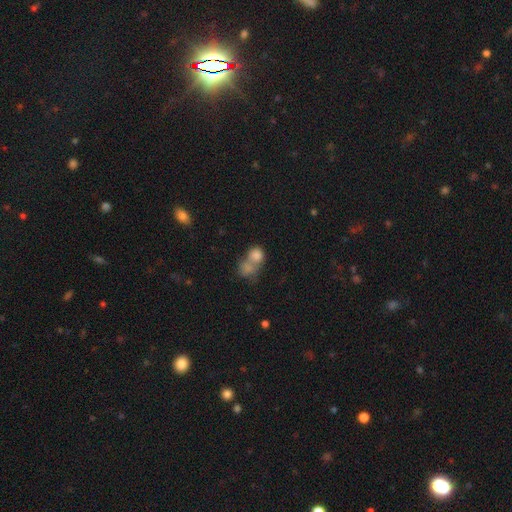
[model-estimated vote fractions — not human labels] The model was most divided on "how rounded": round: 60%, in between: 38%, cigar-shaped: 1%. More confident: smooth or featured — smooth (78%); merging — merger (67%).